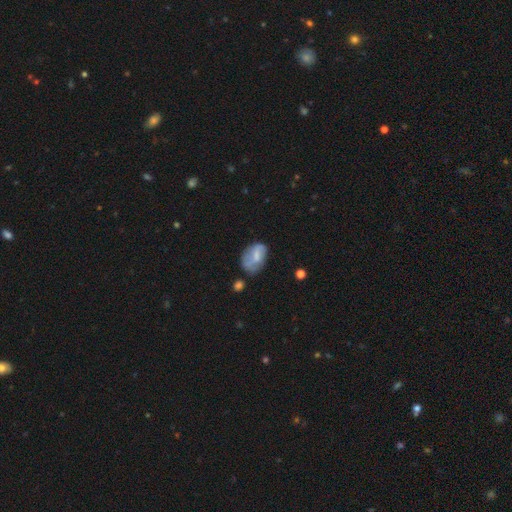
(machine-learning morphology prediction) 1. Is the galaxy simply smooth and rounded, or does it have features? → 56% smooth, 36% featured or disk, 8% star or artifact.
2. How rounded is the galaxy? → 85% in between, 13% round, 2% cigar-shaped.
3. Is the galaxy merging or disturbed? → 46% none, 33% minor disturbance, 16% major disturbance, 5% merger.